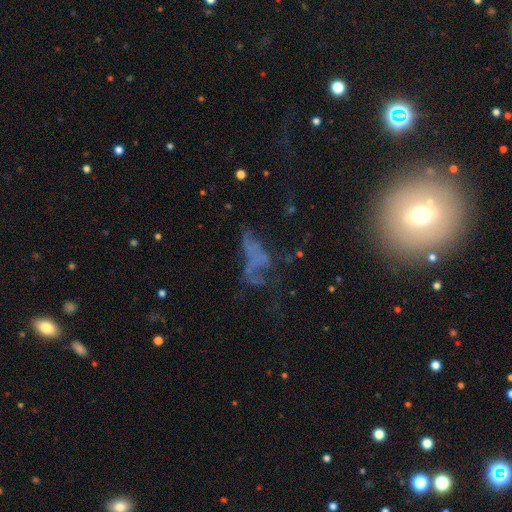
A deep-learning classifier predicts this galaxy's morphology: Smooth or featured? Predicted: featured or disk (p=0.44). Merging? Predicted: major disturbance (p=0.42).